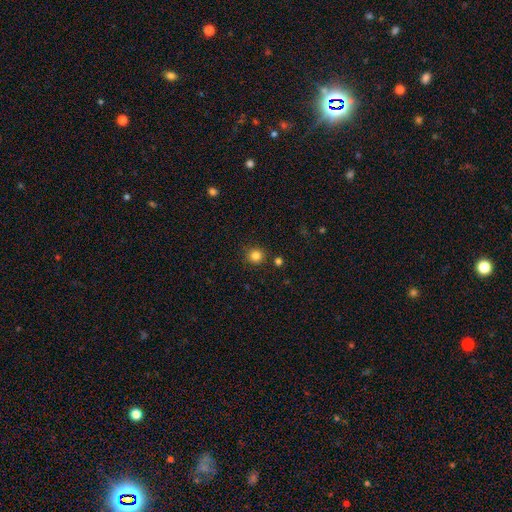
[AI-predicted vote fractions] This appears to be a smooth galaxy with no disk features (83%) that is round (93%). Merging: none (87%).